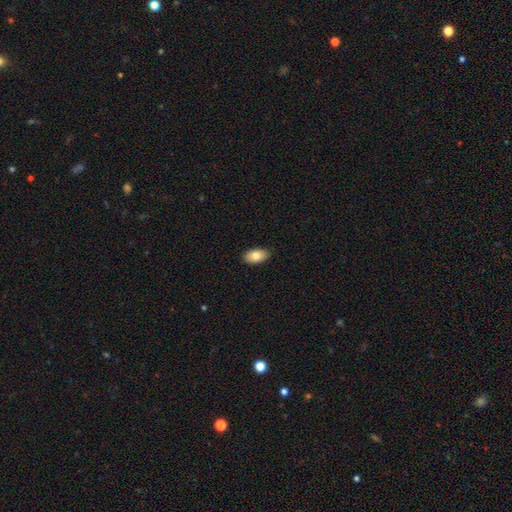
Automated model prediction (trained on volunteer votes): This is clearly a smooth galaxy (81%). How rounded: clearly in between (93%). Merging: clearly none (89%).